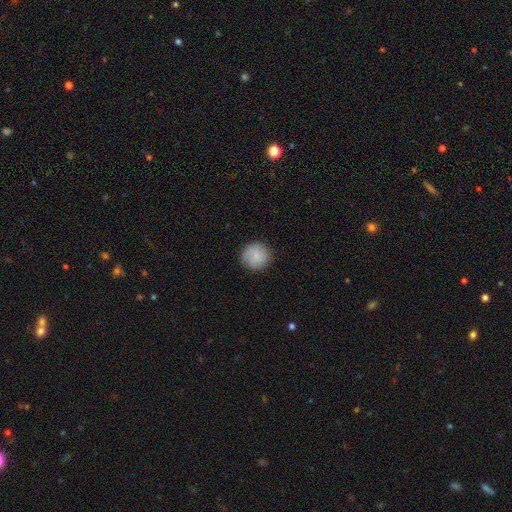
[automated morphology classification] Smooth or featured? Predicted: smooth (p=0.76). How rounded? Predicted: round (p=0.92). Merging? Predicted: none (p=0.82).